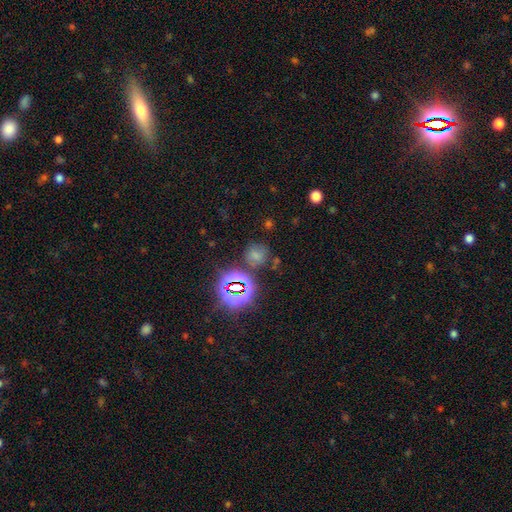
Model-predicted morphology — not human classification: Smooth or featured? smooth (54%)
How rounded? round (75%)
Merging? none (69%)